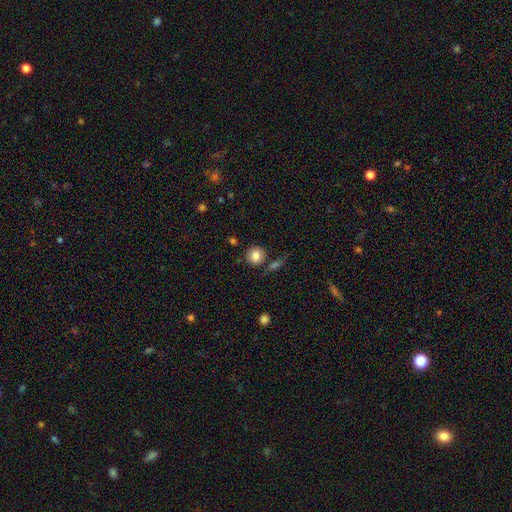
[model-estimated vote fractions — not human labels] smooth 83%, star or artifact 9%, featured or disk 8%. Down the decision tree: how rounded — round (90%); merging — none (78%).